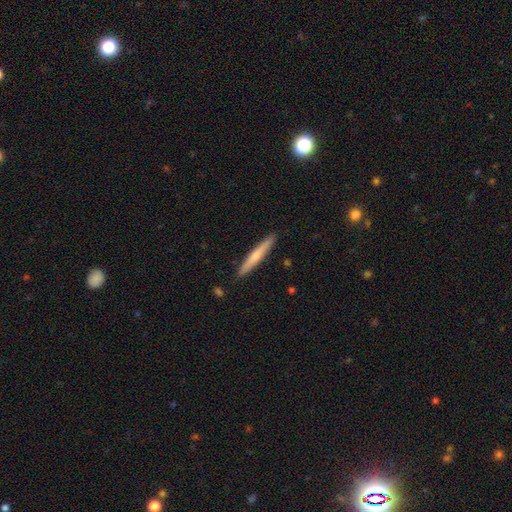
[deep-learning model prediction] This appears to be a smooth galaxy with no disk features (54%) that is cigar-shaped (95%). Merging: none (91%).